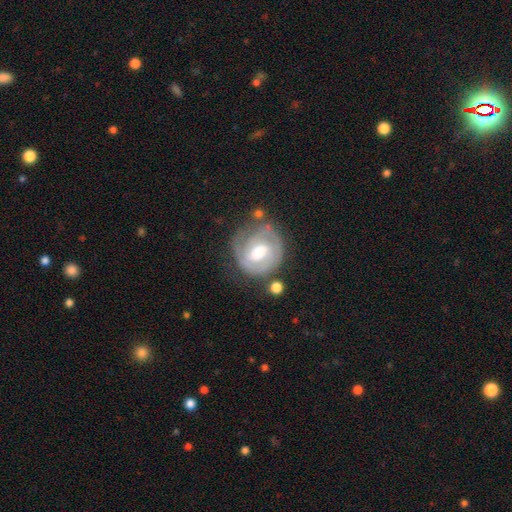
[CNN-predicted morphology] Smooth or featured? featured or disk (75%)
Edge-on disk? no (97%)
Bar? weak (50%)
Spiral arms? yes (81%)
Spiral winding? tight (67%)
Spiral arm count? 2 (47%)
Bulge size? moderate (72%)
Merging? none (62%)